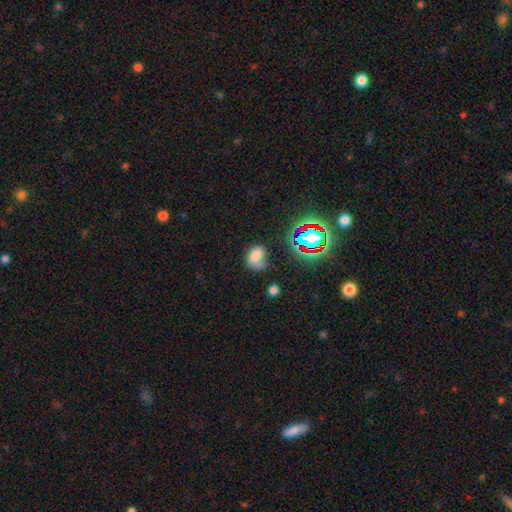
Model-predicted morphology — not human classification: Smooth or featured: smooth — 71% (star or artifact — 17%)
How rounded: in between — 71% (round — 28%)
Merging: none — 46% (minor disturbance — 30%)